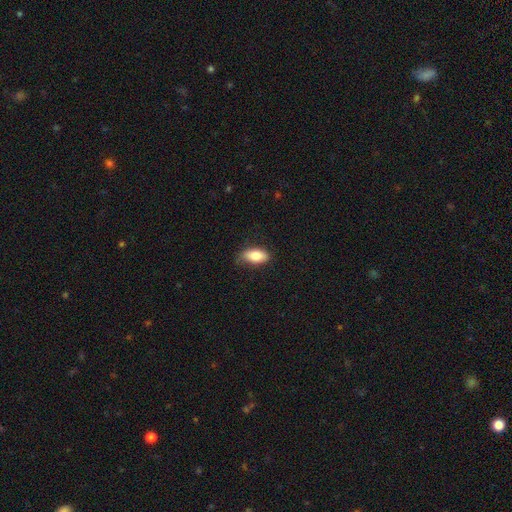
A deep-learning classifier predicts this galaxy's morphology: A smooth galaxy with no disk features (82%) that is in between round and cigar-shaped (88%).

Vote fractions:
- Smooth or featured? smooth: 82% / featured or disk: 11% / star or artifact: 7%
- How rounded? in between: 88% / cigar-shaped: 8% / round: 3%
- Merging? none: 72% / minor disturbance: 22% / major disturbance: 4% / merger: 1%